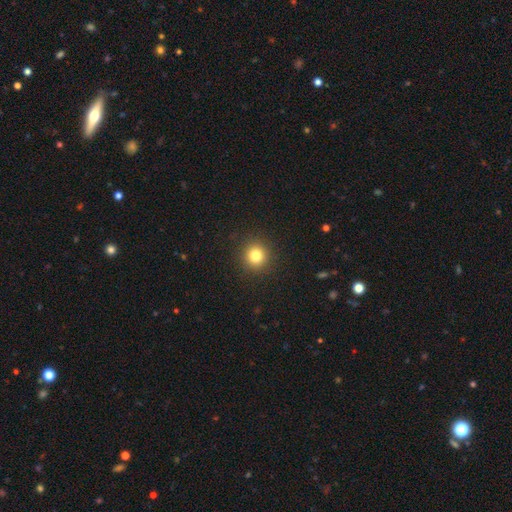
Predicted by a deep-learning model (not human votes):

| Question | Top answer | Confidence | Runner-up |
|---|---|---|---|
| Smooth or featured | smooth | 80% | star or artifact (13%) |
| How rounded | round | 94% | in between (5%) |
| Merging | none | 91% | minor disturbance (5%) |